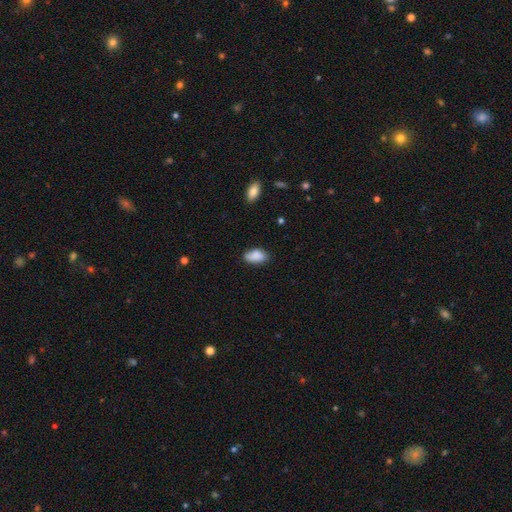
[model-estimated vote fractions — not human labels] A smooth galaxy with no disk features (86%) that is in between round and cigar-shaped (93%).

Vote fractions:
- Smooth or featured? smooth: 86% / star or artifact: 7% / featured or disk: 7%
- How rounded? in between: 93% / round: 5% / cigar-shaped: 2%
- Merging? none: 74% / minor disturbance: 21% / major disturbance: 3% / merger: 2%